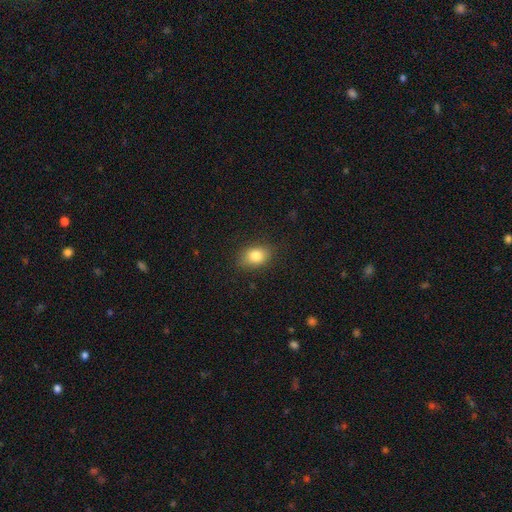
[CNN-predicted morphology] type=smooth (82%); roundness=in between (76%); merging=none (84%).